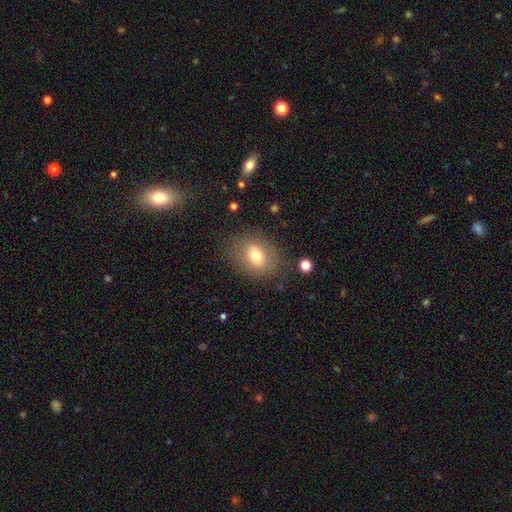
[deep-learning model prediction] A smooth galaxy with no disk features (72%) that is in between round and cigar-shaped (56%). Merging: none (78%).